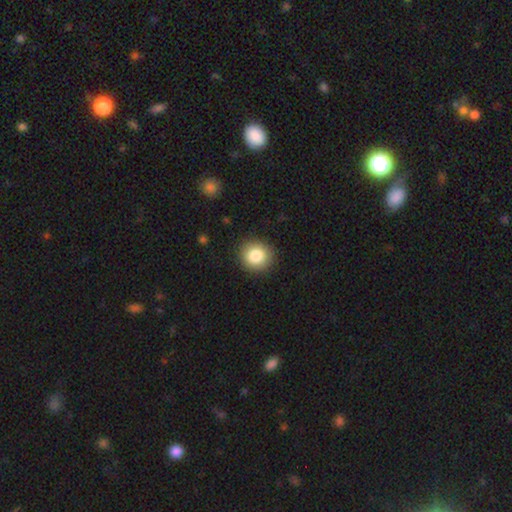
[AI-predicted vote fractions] Smooth or featured? Predicted: smooth (p=0.85). How rounded? Predicted: round (p=0.88). Merging? Predicted: none (p=0.90).